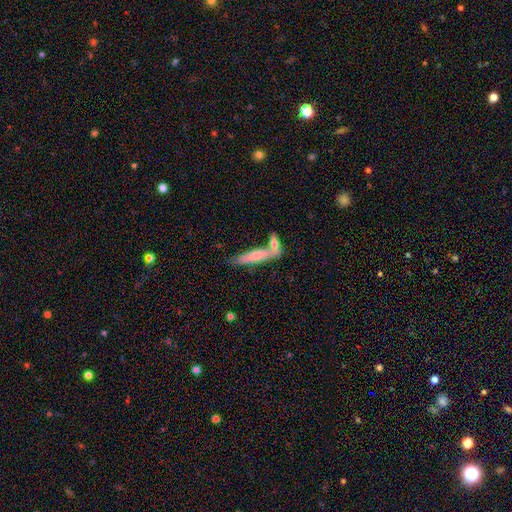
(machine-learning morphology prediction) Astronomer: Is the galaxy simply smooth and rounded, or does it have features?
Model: smooth — 69%.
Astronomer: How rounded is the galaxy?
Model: cigar-shaped — 77%.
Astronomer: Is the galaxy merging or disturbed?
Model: none — 47% (runner-up: merger, 35%).